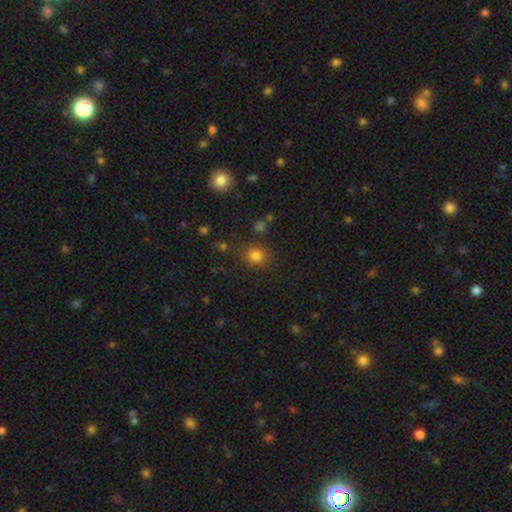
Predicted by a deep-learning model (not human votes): This appears to be a smooth galaxy with no disk features (79%) that is round (84%). Merging: none (81%).